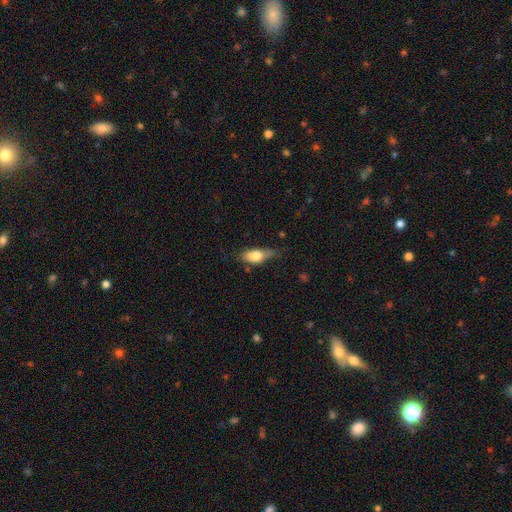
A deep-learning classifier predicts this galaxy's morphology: Smooth or featured?
  - smooth: 76% *
  - featured or disk: 17%
  - star or artifact: 7%
How rounded?
  - in between: 79% *
  - cigar-shaped: 15%
  - round: 5%
Merging?
  - none: 46% *
  - minor disturbance: 38%
  - major disturbance: 13%
  - merger: 3%